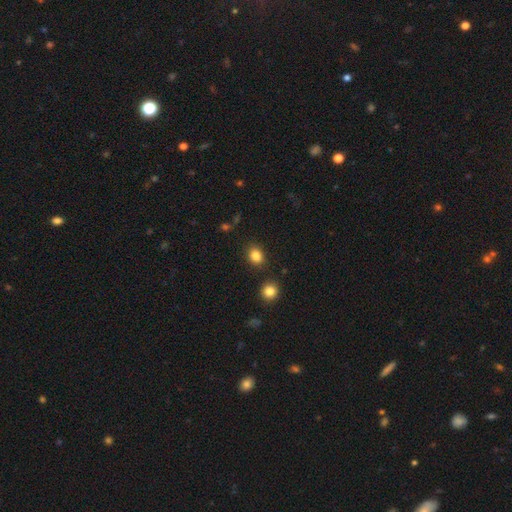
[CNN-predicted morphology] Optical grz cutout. It shows a smooth galaxy with no disk features (85%) that is round (50%). Merging: none (84%).